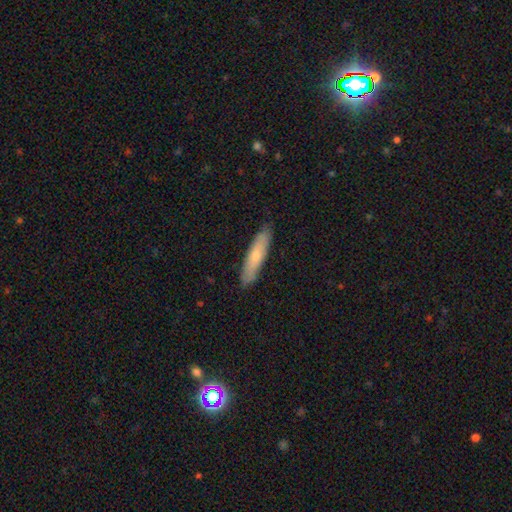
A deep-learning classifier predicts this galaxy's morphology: A smooth galaxy with no disk features (68%) that is cigar-shaped (81%).

Vote fractions:
- Smooth or featured? smooth: 68% / featured or disk: 27% / star or artifact: 5%
- How rounded? cigar-shaped: 81% / in between: 17% / round: 1%
- Merging? none: 87% / minor disturbance: 10% / major disturbance: 2% / merger: 1%